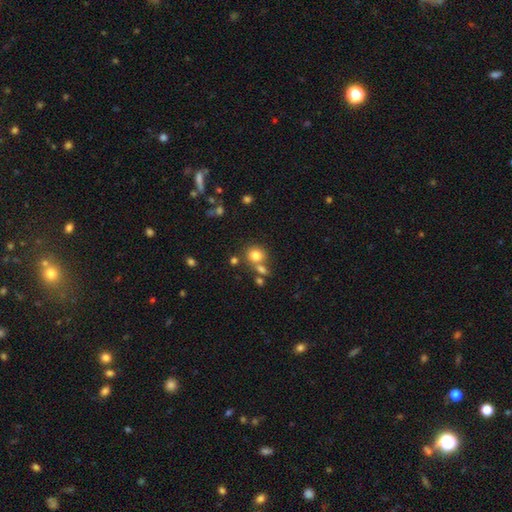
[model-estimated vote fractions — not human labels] This appears to be a smooth galaxy with no disk features (79%) that is round (79%). Merging: none (60%).